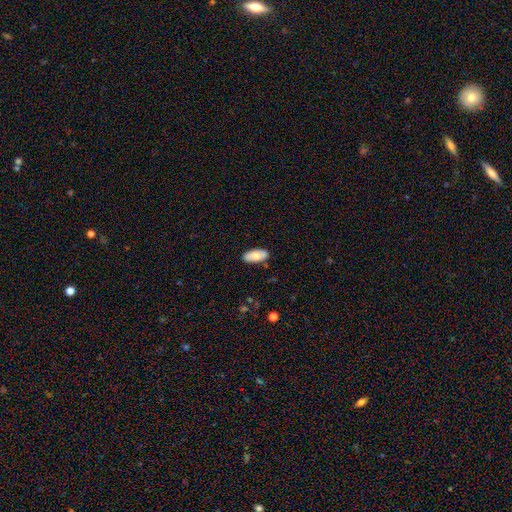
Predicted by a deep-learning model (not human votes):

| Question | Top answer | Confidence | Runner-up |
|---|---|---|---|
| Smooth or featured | smooth | 73% | featured or disk (21%) |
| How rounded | in between | 90% | cigar-shaped (8%) |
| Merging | none | 87% | minor disturbance (10%) |